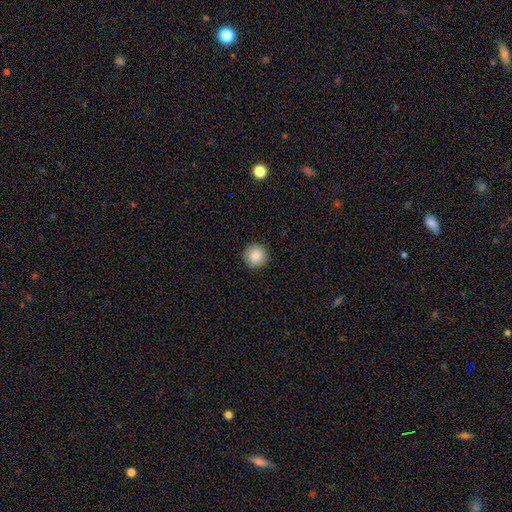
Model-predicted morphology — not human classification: smooth_or_featured: smooth (p=0.88) [alt: star or artifact p=0.08]
how_rounded: round (p=0.96) [alt: in between p=0.03]
merging: none (p=0.92) [alt: minor disturbance p=0.05]